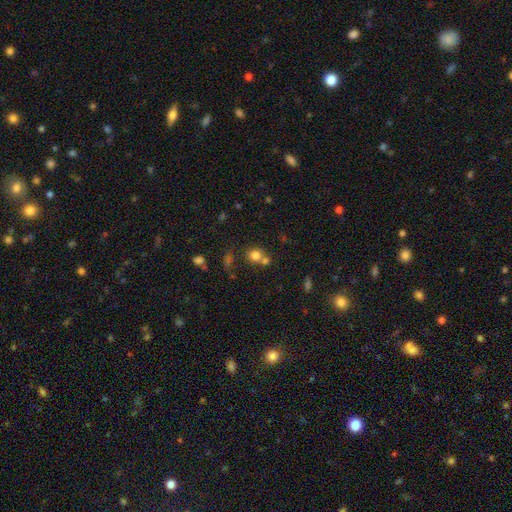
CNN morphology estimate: This appears to be a smooth galaxy with no disk features (76%) that is round (76%). Merging: none (45%).